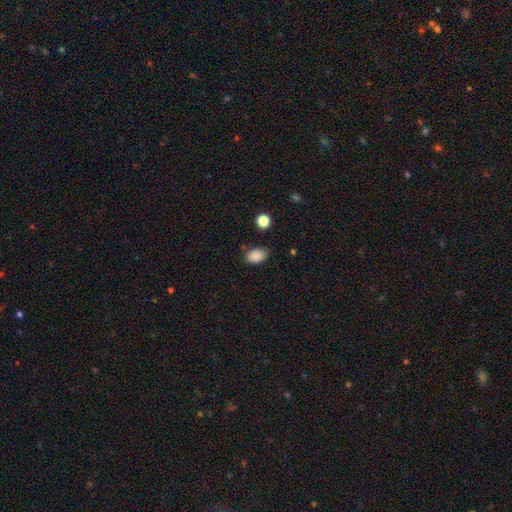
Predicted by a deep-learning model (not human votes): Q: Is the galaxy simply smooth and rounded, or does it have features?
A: smooth — 88%.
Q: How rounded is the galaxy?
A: in between — 83%.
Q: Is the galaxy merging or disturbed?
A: none — 76%.